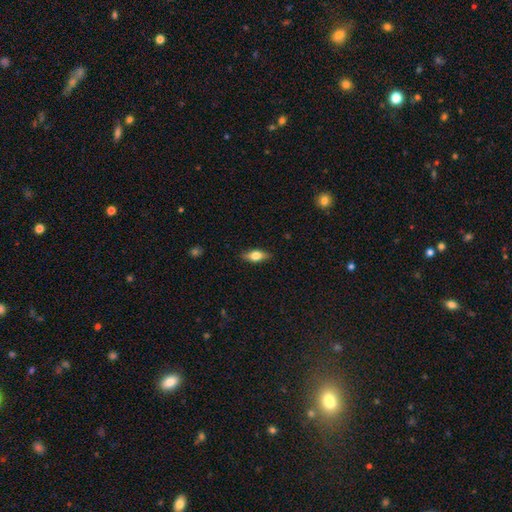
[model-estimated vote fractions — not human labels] Q: Smooth or featured?
A: smooth (68%); runner-up: featured or disk (25%)
Q: How rounded?
A: in between (78%); runner-up: cigar-shaped (17%)
Q: Merging?
A: none (85%); runner-up: minor disturbance (12%)